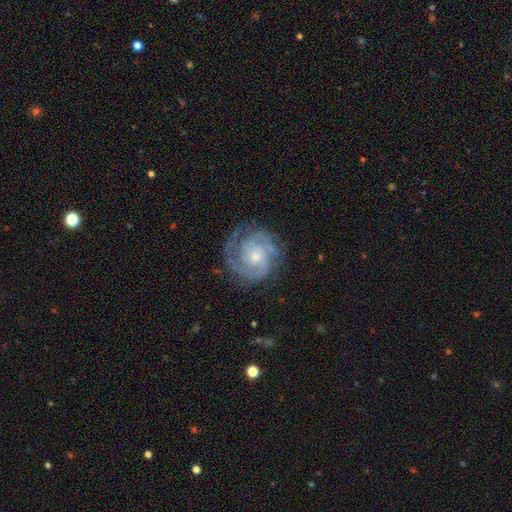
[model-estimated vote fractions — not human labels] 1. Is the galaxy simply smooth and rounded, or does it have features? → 87% featured or disk, 8% smooth, 5% star or artifact.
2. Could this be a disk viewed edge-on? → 98% no, 2% yes.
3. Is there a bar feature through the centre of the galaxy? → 70% no, 26% weak, 4% strong.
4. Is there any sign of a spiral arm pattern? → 97% yes, 3% no.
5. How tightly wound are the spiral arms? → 63% tight, 32% medium, 6% loose.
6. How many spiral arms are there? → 32% 2, 30% 3, 19% can't tell, 8% 4, 5% 1, 5% more than 4.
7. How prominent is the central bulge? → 54% small, 39% moderate, 4% none, 3% large, 1% dominant.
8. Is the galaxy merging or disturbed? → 73% none, 17% minor disturbance, 8% major disturbance, 1% merger.